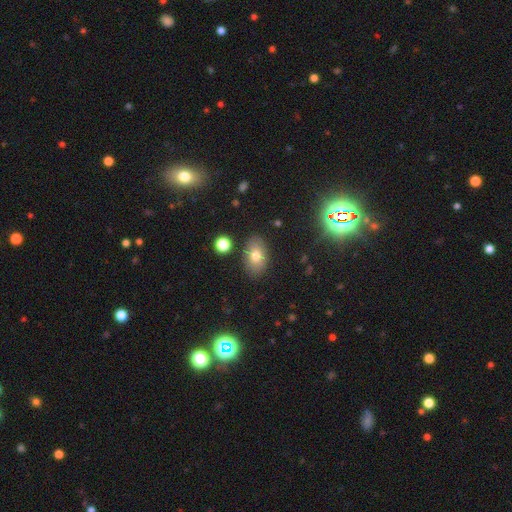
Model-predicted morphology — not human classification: A smooth galaxy with no disk features (75%) that is in between round and cigar-shaped (88%). Merging: none (84%).